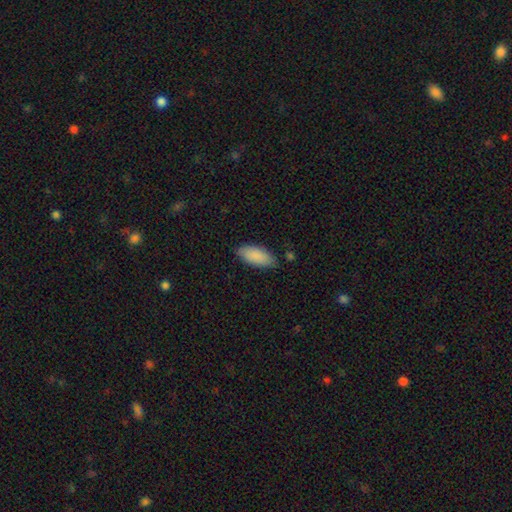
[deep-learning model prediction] A smooth galaxy with no disk features (88%) that is in between round and cigar-shaped (87%). Merging: none (80%).